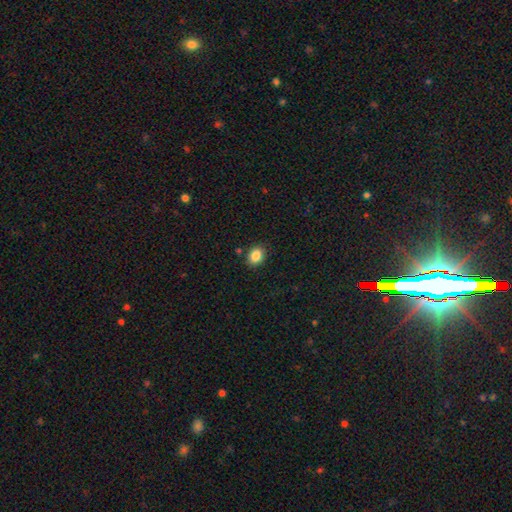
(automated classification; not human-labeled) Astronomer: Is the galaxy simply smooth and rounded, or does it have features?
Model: smooth — 86%.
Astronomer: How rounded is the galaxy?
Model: round — 53% (runner-up: in between, 46%).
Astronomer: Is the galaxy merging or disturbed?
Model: none — 84%.